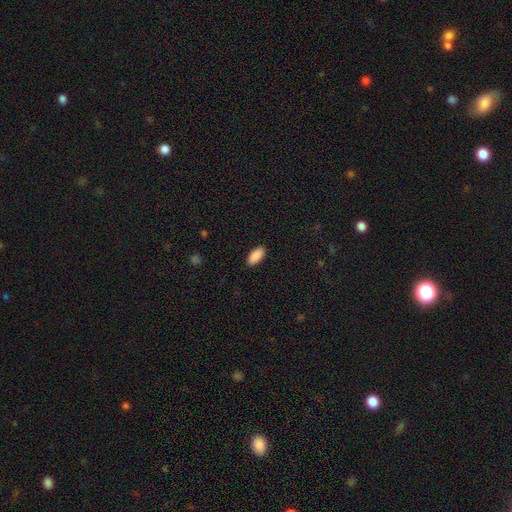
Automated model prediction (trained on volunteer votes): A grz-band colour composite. It shows a smooth galaxy with no disk features (91%) that is in between round and cigar-shaped (91%). Merging: none (90%).